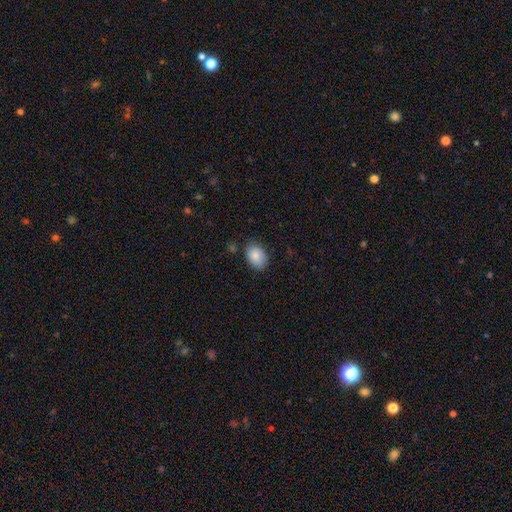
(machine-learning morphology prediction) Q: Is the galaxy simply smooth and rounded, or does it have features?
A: smooth — 85%.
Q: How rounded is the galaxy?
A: in between — 80%.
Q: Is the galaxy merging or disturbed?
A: none — 75%.